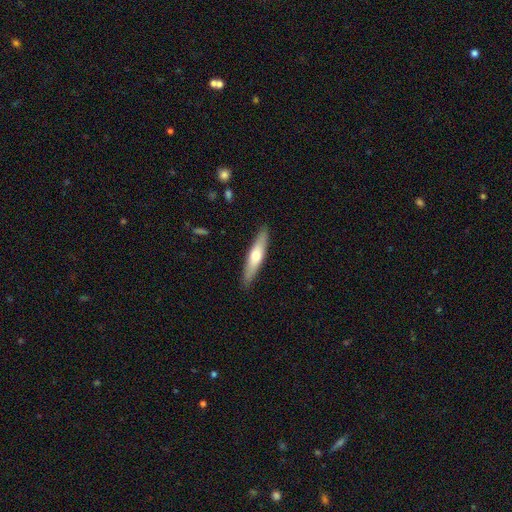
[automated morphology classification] smooth-or-featured: smooth: 53% | featured or disk: 42% | star or artifact: 5%
  how-rounded: cigar-shaped: 82% | in between: 16% | round: 1%
  merging: none: 89% | minor disturbance: 8% | major disturbance: 2% | merger: 1%